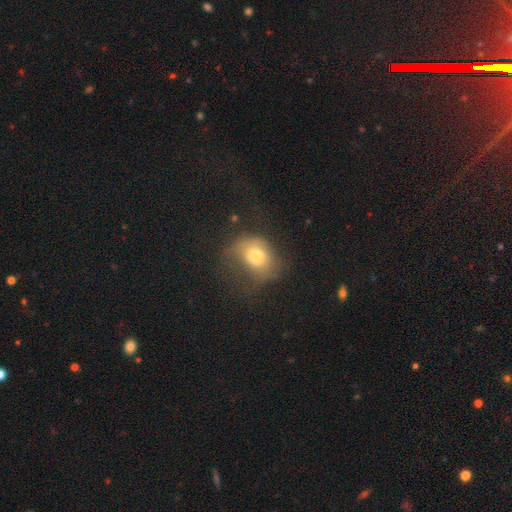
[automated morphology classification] This is likely a smooth galaxy (69%). How rounded: possibly in between (58%). Merging: marginally none (36%).